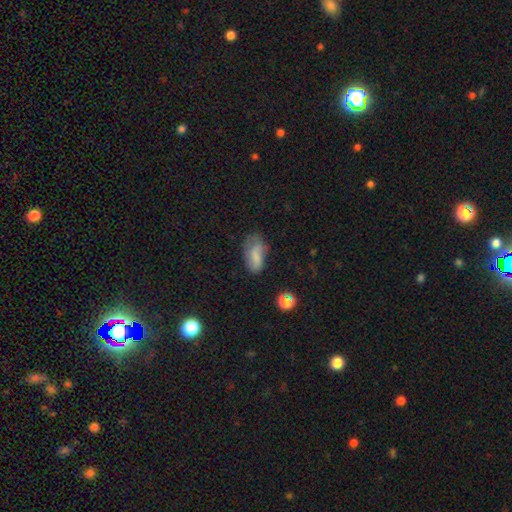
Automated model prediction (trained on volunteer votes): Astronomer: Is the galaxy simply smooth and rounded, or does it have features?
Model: smooth — 68%.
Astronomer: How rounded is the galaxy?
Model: in between — 90%.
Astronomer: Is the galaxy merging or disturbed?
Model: none — 41% (runner-up: minor disturbance, 34%).